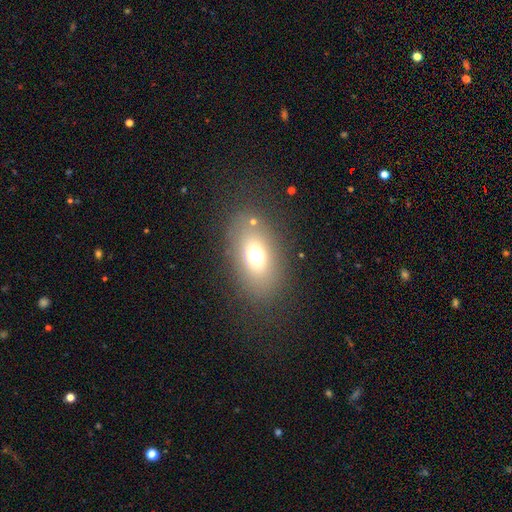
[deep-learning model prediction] smooth 66%, featured or disk 18%, star or artifact 16%. Down the decision tree: how rounded — in between (79%); merging — none (79%).